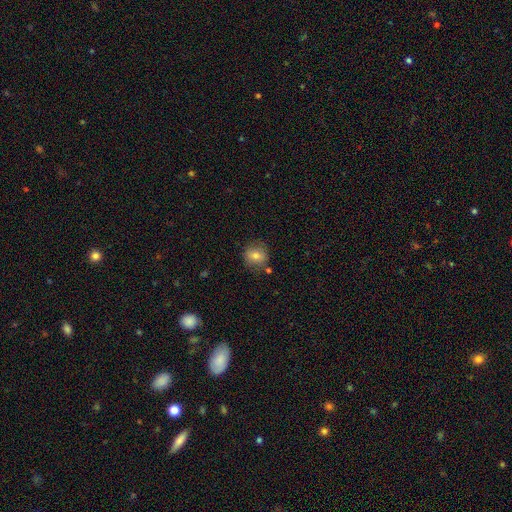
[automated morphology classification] smooth_or_featured: smooth (p=0.75) [alt: featured or disk p=0.15]
how_rounded: round (p=0.76) [alt: in between p=0.23]
merging: none (p=0.77) [alt: minor disturbance p=0.14]